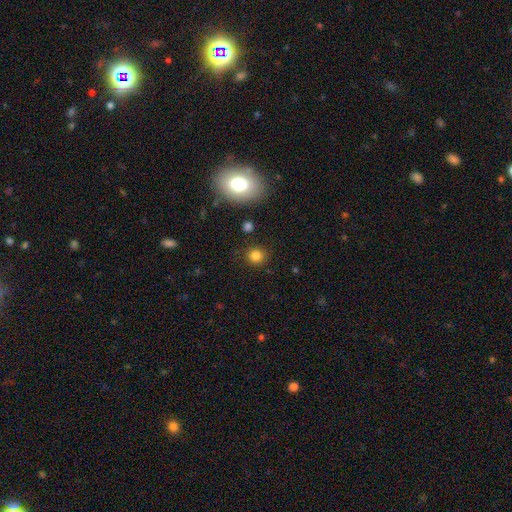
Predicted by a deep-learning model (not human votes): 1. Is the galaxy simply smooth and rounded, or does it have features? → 82% smooth, 13% star or artifact, 5% featured or disk.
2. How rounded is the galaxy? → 90% round, 9% in between, 1% cigar-shaped.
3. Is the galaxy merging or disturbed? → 87% none, 8% minor disturbance, 3% major disturbance, 2% merger.